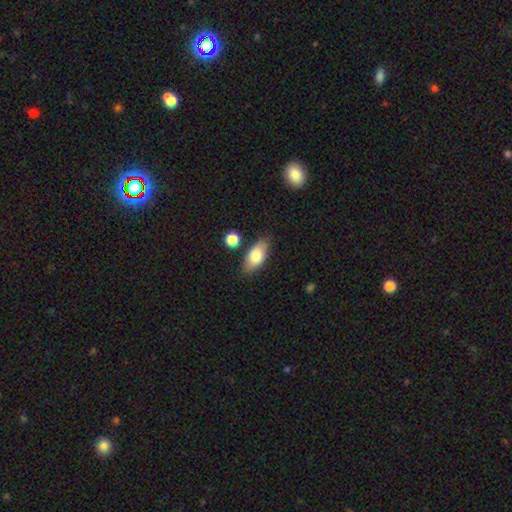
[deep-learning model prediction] The model was most divided on "smooth or featured": smooth: 78%, featured or disk: 15%, star or artifact: 7%. More confident: how rounded — in between (88%); merging — none (80%).